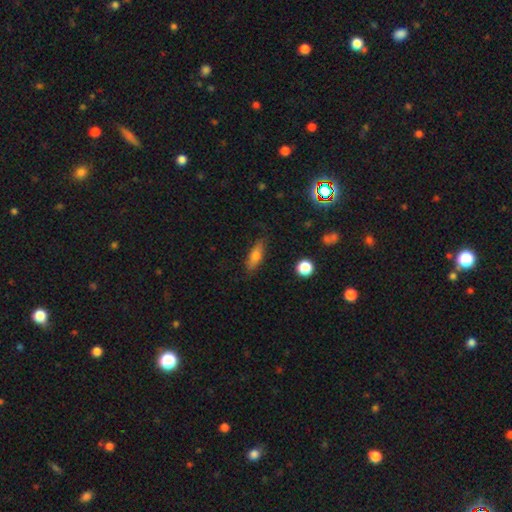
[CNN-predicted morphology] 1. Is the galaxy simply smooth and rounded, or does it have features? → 67% smooth, 25% featured or disk, 8% star or artifact.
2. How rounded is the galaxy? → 54% in between, 43% cigar-shaped, 4% round.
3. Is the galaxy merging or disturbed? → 79% none, 16% minor disturbance, 3% major disturbance, 2% merger.